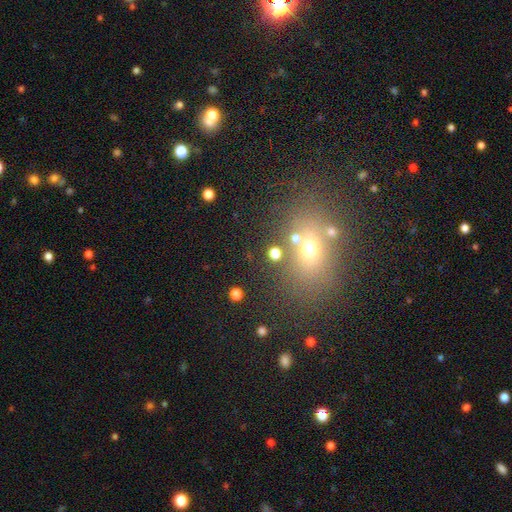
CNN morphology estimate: Smooth or featured? Predicted: smooth (p=0.45). Merging? Predicted: none (p=0.69).